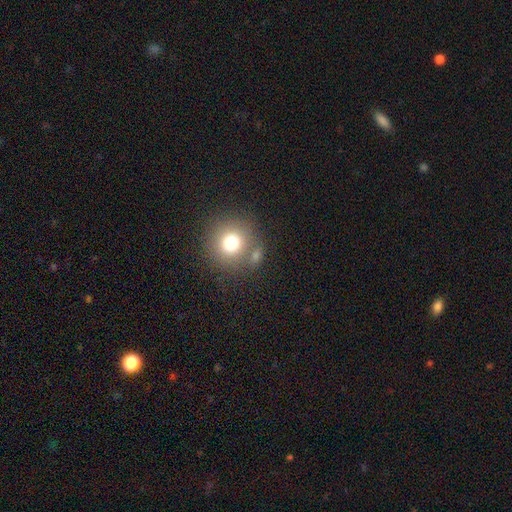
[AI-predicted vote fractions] Smooth or featured?
  - smooth: 74% *
  - star or artifact: 14%
  - featured or disk: 12%
How rounded?
  - round: 88% *
  - in between: 11%
  - cigar-shaped: 1%
Merging?
  - none: 69% *
  - merger: 16%
  - minor disturbance: 11%
  - major disturbance: 5%